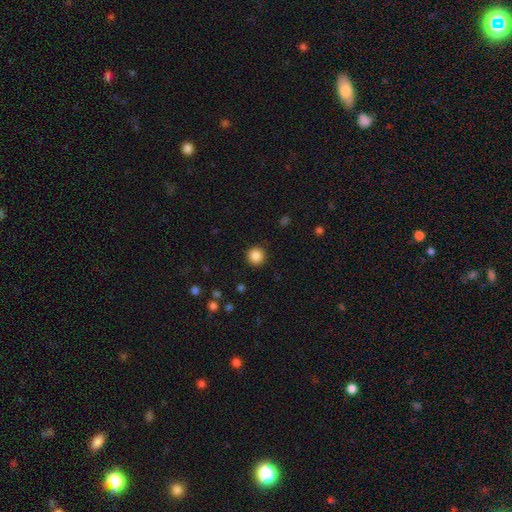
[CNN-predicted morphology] Overall: smooth (87%). How rounded: round (94%). Merging: none (91%).